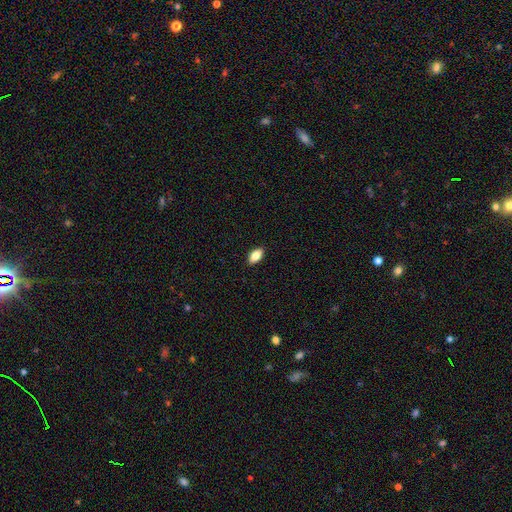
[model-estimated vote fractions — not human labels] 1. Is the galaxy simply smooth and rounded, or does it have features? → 84% smooth, 8% featured or disk, 7% star or artifact.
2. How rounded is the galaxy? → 91% in between, 5% cigar-shaped, 4% round.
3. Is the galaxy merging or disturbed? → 90% none, 7% minor disturbance, 2% major disturbance, 1% merger.